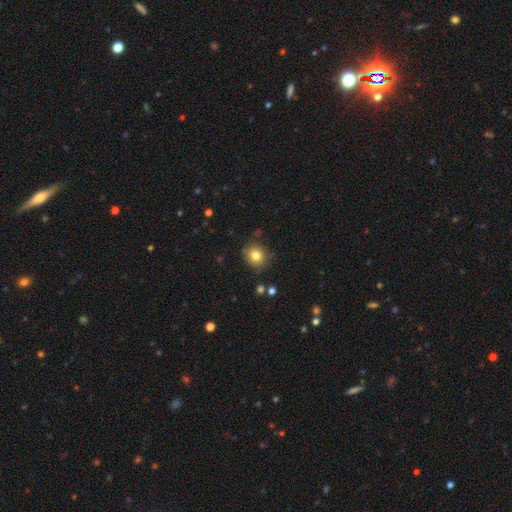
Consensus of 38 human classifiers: A smooth galaxy with no disk features (89%) that is round (71%). Merging: none (84%).